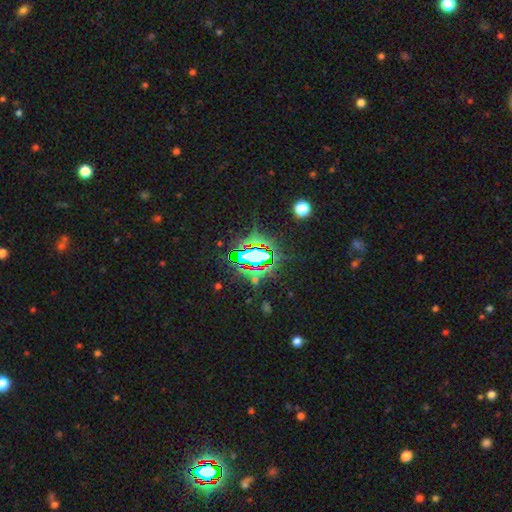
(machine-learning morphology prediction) star or artifact 73%, smooth 14%, featured or disk 13%.